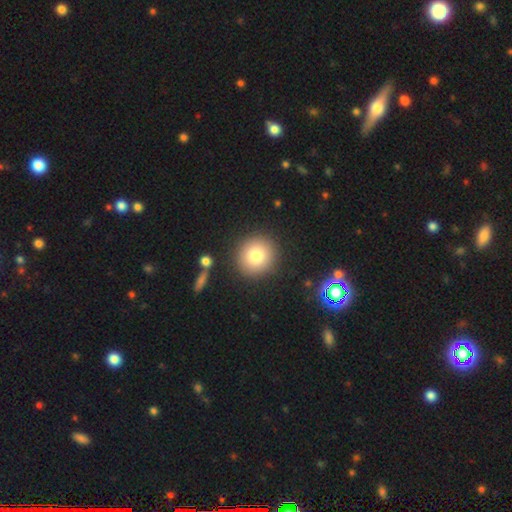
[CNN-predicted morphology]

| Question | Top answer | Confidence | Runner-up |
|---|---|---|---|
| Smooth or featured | smooth | 81% | star or artifact (10%) |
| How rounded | round | 92% | in between (8%) |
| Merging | none | 88% | minor disturbance (7%) |